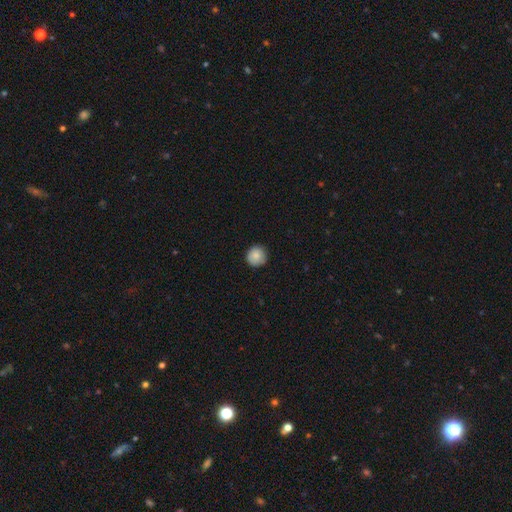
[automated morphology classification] Smooth or featured: smooth — 85% (featured or disk — 8%)
How rounded: round — 94% (in between — 5%)
Merging: none — 88% (minor disturbance — 9%)